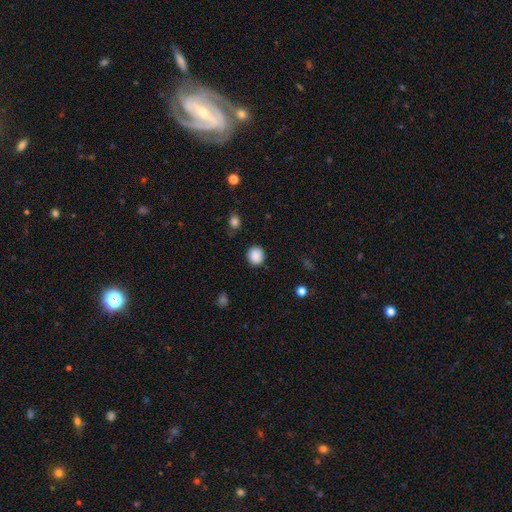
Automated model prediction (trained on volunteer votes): This is clearly a smooth galaxy (88%). How rounded: clearly round (86%). Merging: clearly none (88%).